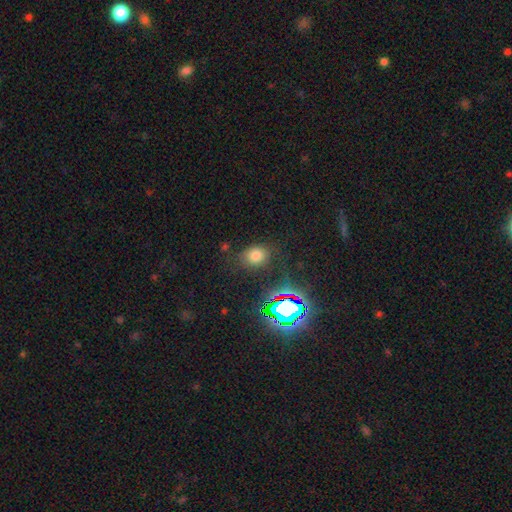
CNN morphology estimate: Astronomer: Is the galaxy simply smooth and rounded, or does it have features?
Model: smooth — 69%.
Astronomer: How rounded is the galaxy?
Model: in between — 53% (runner-up: round, 46%).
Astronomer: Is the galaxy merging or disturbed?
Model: none — 76%.